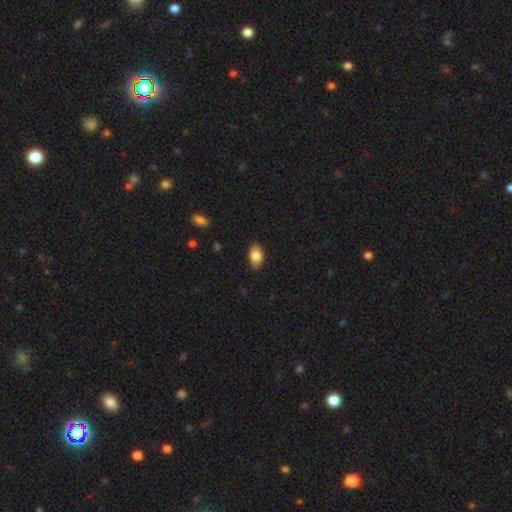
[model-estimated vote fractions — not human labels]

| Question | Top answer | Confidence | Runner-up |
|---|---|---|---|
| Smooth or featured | smooth | 85% | featured or disk (8%) |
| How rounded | in between | 91% | round (8%) |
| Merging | none | 86% | minor disturbance (11%) |